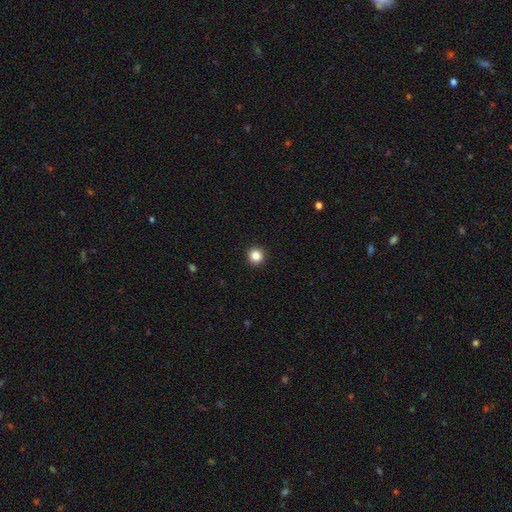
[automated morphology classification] type=smooth (85%); roundness=round (96%); merging=none (94%).